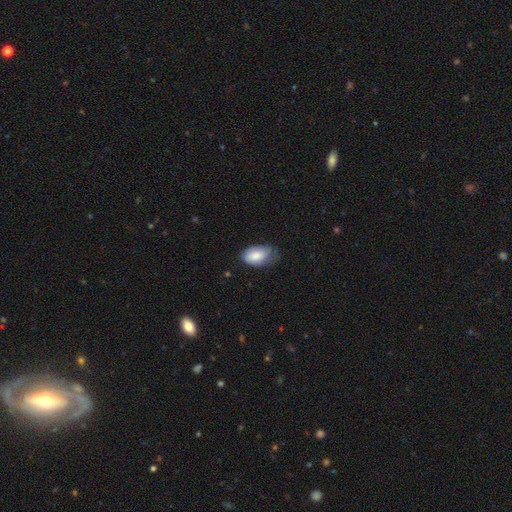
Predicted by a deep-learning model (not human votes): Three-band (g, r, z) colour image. It shows a smooth galaxy with no disk features (79%) that is in between round and cigar-shaped (92%). Merging: none (47%).